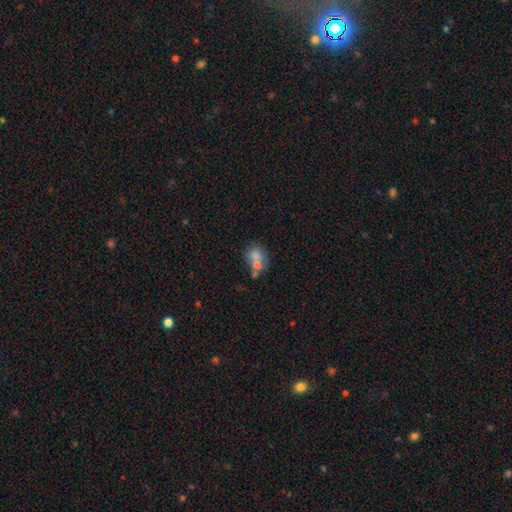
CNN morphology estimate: Smooth or featured? Predicted: smooth (p=0.65). How rounded? Predicted: round (p=0.51). Merging? Predicted: merger (p=0.47).